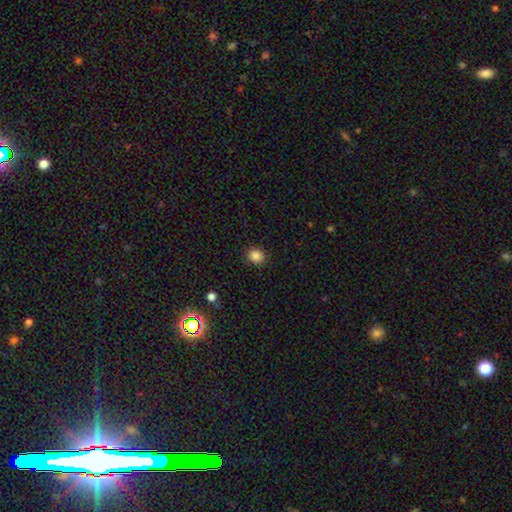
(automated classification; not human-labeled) This is clearly a smooth galaxy (84%). How rounded: likely round (78%). Merging: clearly none (89%).